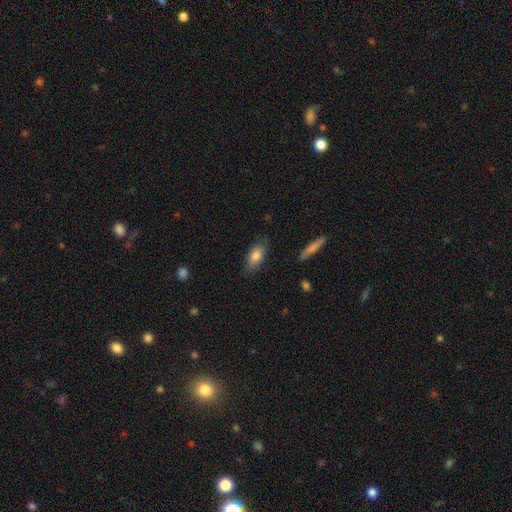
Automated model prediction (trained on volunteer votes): Smooth or featured? Predicted: smooth (p=0.81). How rounded? Predicted: in between (p=0.86). Merging? Predicted: none (p=0.80).